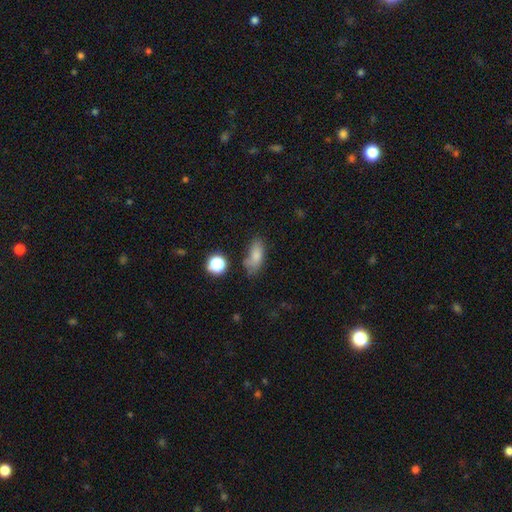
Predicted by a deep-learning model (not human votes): A smooth galaxy with no disk features (77%) that is in between round and cigar-shaped (81%). Merging: none (55%).